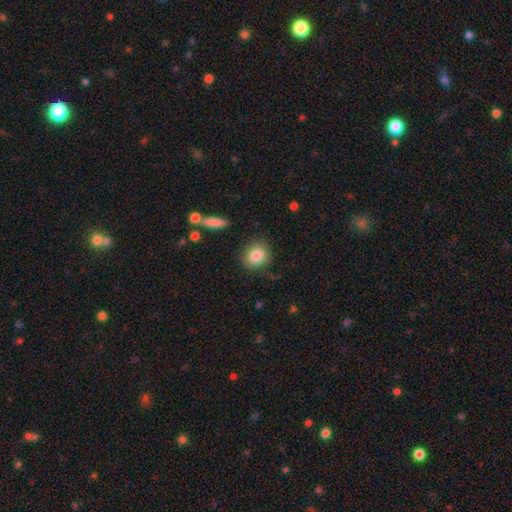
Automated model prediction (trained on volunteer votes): Smooth or featured? Predicted: smooth (p=0.84). How rounded? Predicted: round (p=0.68). Merging? Predicted: none (p=0.79).